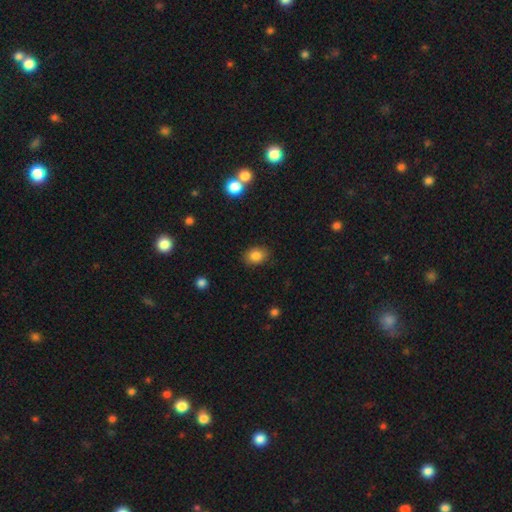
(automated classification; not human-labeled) Smooth or featured: smooth — 84% (star or artifact — 10%)
How rounded: in between — 64% (round — 35%)
Merging: none — 86% (minor disturbance — 10%)